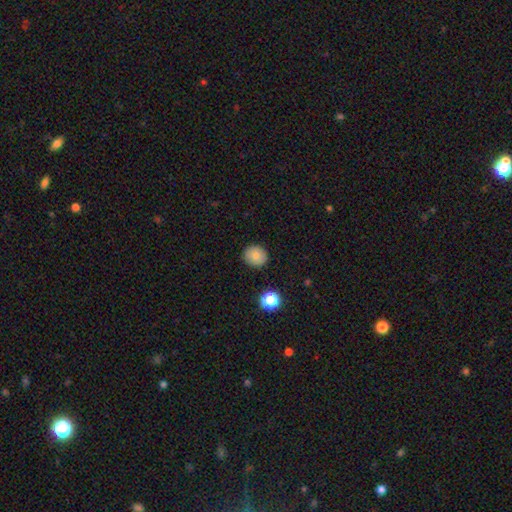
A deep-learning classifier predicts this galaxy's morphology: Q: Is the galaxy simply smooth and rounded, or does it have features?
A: smooth — 80%.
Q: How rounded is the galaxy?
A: round — 85%.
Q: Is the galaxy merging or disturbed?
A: none — 89%.